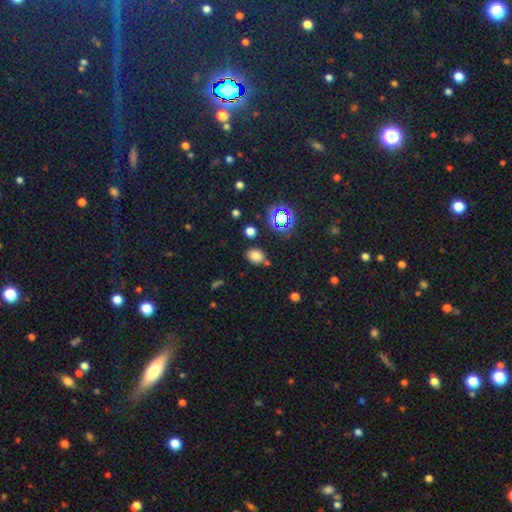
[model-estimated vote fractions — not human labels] Q: Smooth or featured?
A: smooth (72%); runner-up: star or artifact (21%)
Q: How rounded?
A: in between (52%); runner-up: round (47%)
Q: Merging?
A: none (77%); runner-up: minor disturbance (12%)